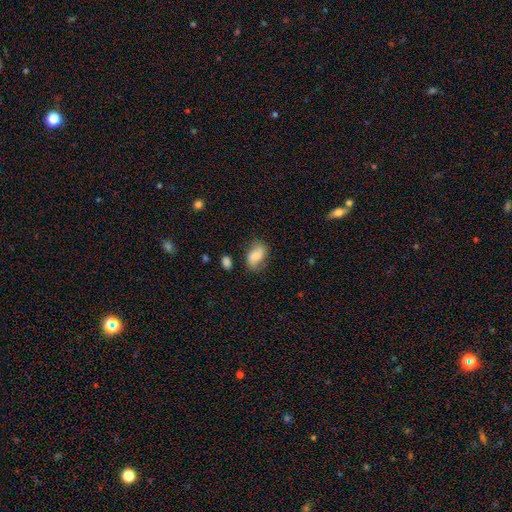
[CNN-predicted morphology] Smooth or featured: smooth — 68% (featured or disk — 25%)
How rounded: in between — 87% (round — 11%)
Merging: none — 65% (minor disturbance — 24%)